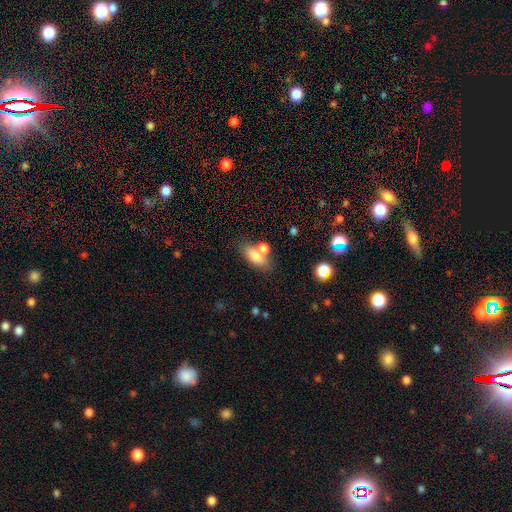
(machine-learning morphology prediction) This is likely a smooth galaxy (76%). How rounded: likely in between (78%). Merging: possibly none (50%).